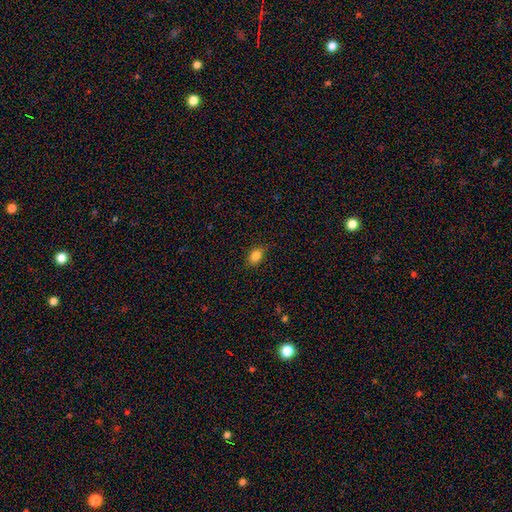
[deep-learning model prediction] smooth_or_featured: smooth (p=0.84) [alt: star or artifact p=0.10]
how_rounded: in between (p=0.79) [alt: round p=0.19]
merging: none (p=0.81) [alt: minor disturbance p=0.15]